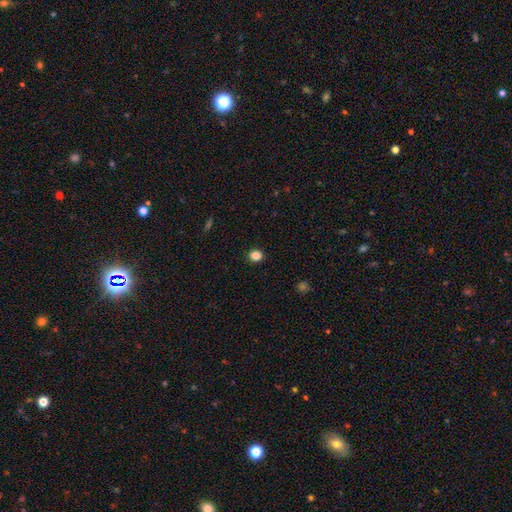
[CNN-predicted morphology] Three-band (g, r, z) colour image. It shows a smooth galaxy with no disk features (84%) that is round (82%). Merging: none (92%).